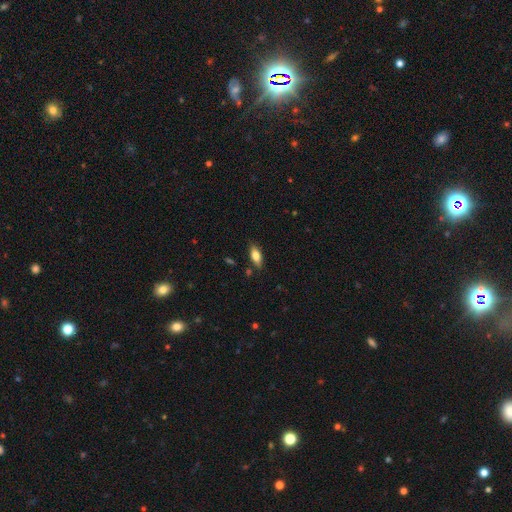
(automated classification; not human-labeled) Smooth or featured?
  - smooth: 72% *
  - featured or disk: 21%
  - star or artifact: 7%
How rounded?
  - in between: 80% *
  - cigar-shaped: 17%
  - round: 3%
Merging?
  - none: 82% *
  - minor disturbance: 13%
  - major disturbance: 3%
  - merger: 2%